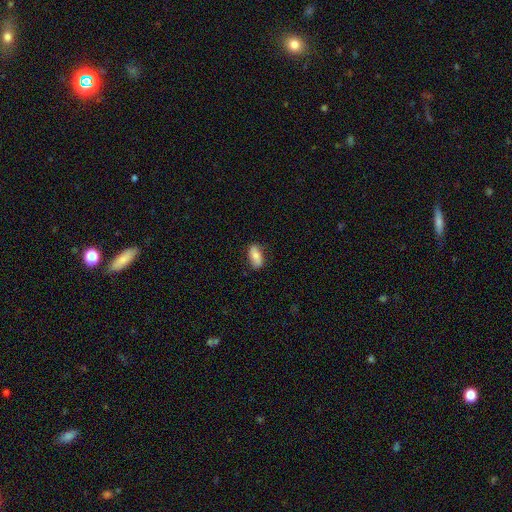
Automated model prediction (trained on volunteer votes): smooth 75%, featured or disk 19%, star or artifact 7%. Down the decision tree: how rounded — in between (87%); merging — none (78%).